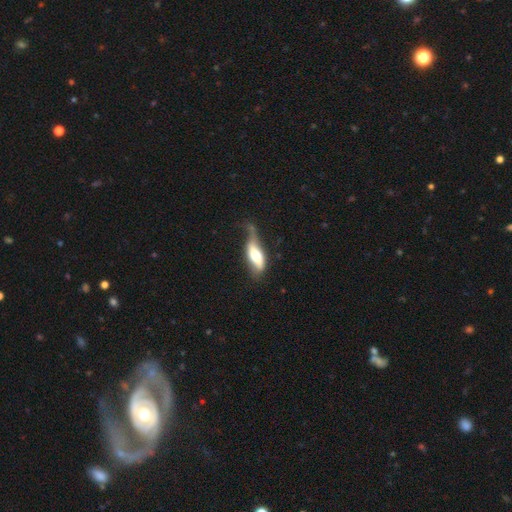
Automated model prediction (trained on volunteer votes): Overall: smooth (52%; featured or disk 42%). How rounded: in between (73%). Merging: minor disturbance (36%; major disturbance 30%).